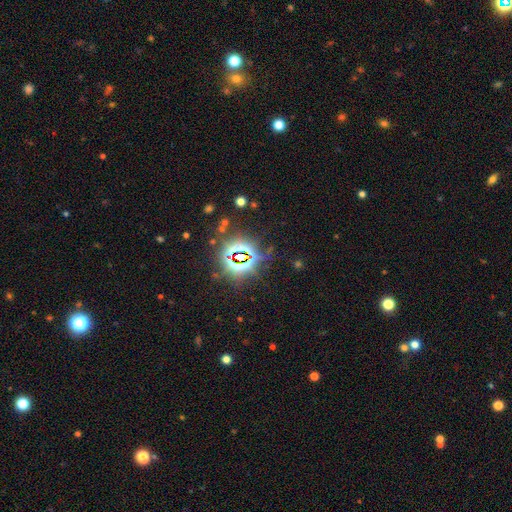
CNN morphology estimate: A star or artifact, not a galaxy (84%).

Vote fractions:
- Smooth or featured? star or artifact: 84% / smooth: 9% / featured or disk: 7%